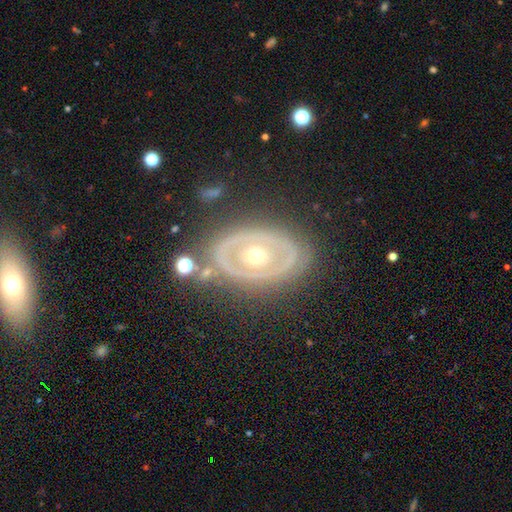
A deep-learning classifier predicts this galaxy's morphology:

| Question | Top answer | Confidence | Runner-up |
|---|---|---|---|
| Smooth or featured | featured or disk | 69% | smooth (24%) |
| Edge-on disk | no | 92% | yes (8%) |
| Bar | no | 91% | weak (6%) |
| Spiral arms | no | 83% | yes (17%) |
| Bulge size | moderate | 62% | small (32%) |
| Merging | none | 79% | minor disturbance (12%) |